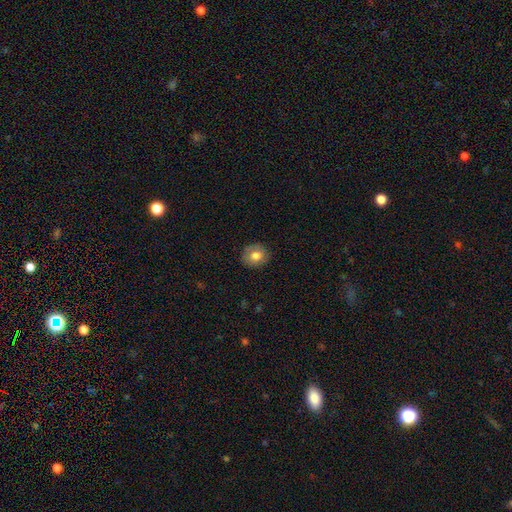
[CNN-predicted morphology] type=smooth (76%); roundness=round (78%); merging=none (85%).